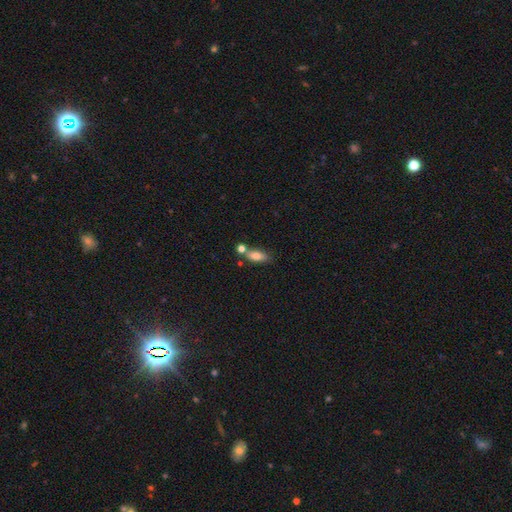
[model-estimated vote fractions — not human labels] Smooth or featured? smooth (77%)
How rounded? in between (75%)
Merging? none (56%)